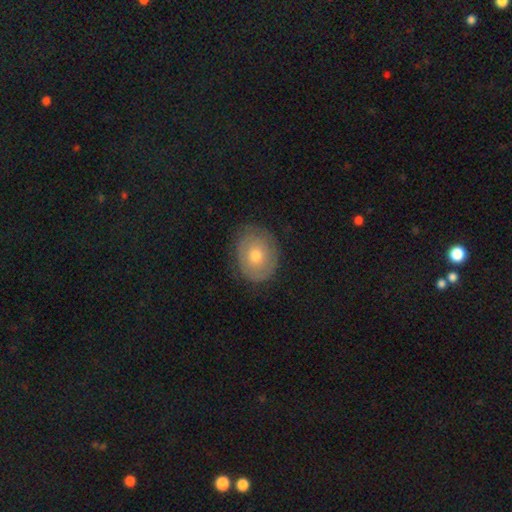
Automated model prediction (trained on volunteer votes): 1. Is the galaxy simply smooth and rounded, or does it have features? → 51% smooth, 42% featured or disk, 8% star or artifact.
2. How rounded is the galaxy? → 51% round, 48% in between, 1% cigar-shaped.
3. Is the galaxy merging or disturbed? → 78% none, 17% minor disturbance, 5% major disturbance, 1% merger.